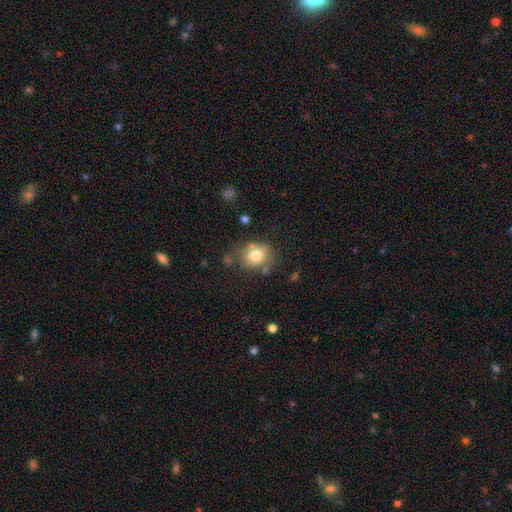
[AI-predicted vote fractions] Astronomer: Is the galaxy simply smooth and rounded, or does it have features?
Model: smooth — 75%.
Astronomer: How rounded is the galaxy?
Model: round — 64%.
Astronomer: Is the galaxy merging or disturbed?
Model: none — 68%.